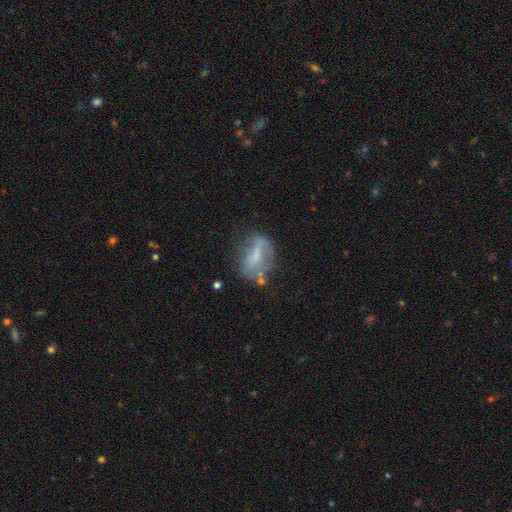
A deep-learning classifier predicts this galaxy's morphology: Overall: smooth (48%; featured or disk 41%). Merging: none (44%; minor disturbance 28%).